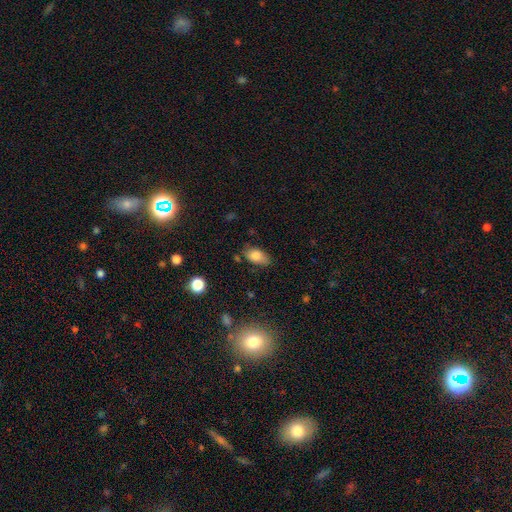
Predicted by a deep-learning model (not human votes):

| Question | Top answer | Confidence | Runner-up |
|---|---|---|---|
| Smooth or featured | smooth | 81% | featured or disk (10%) |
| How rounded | in between | 89% | round (7%) |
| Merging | none | 70% | minor disturbance (23%) |